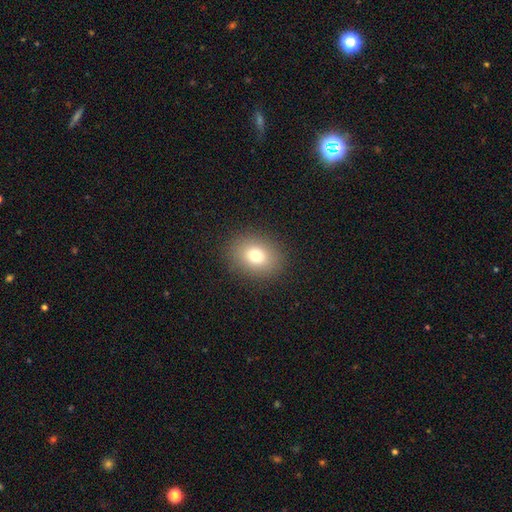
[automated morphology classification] This appears to be a smooth galaxy with no disk features (77%) that is round (52%). Merging: none (89%).